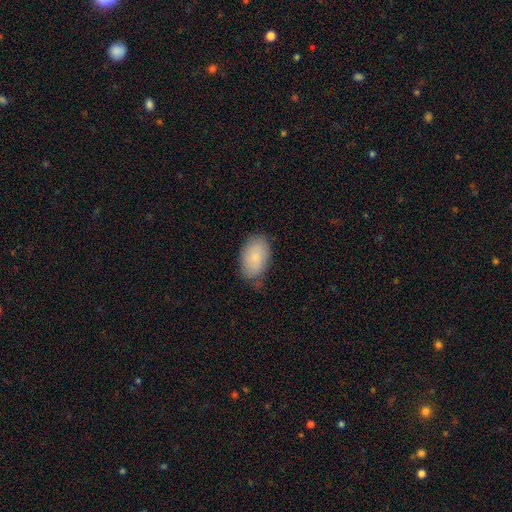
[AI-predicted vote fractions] Smooth or featured: smooth — 83% (featured or disk — 11%)
How rounded: in between — 92% (round — 6%)
Merging: none — 70% (minor disturbance — 24%)